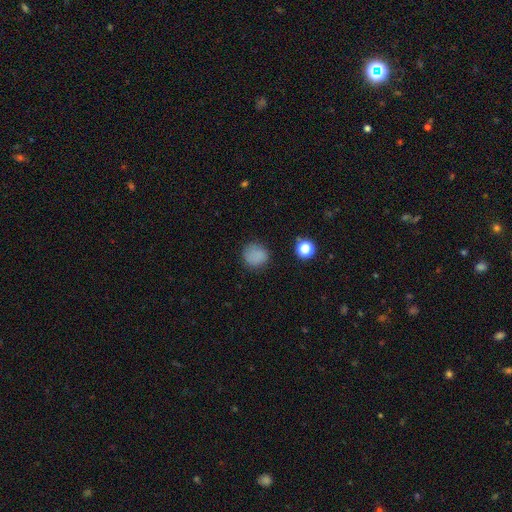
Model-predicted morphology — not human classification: Smooth or featured? smooth (81%)
How rounded? round (87%)
Merging? none (82%)